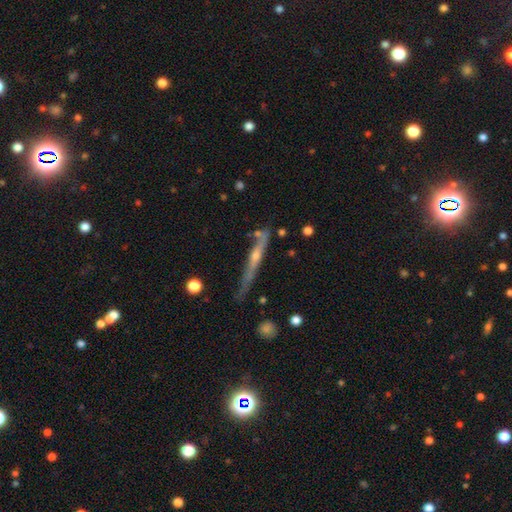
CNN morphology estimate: A featured or disk galaxy (68%) viewed edge-on (93%) with a rounded central bulge (68%). Merging: none (58%).